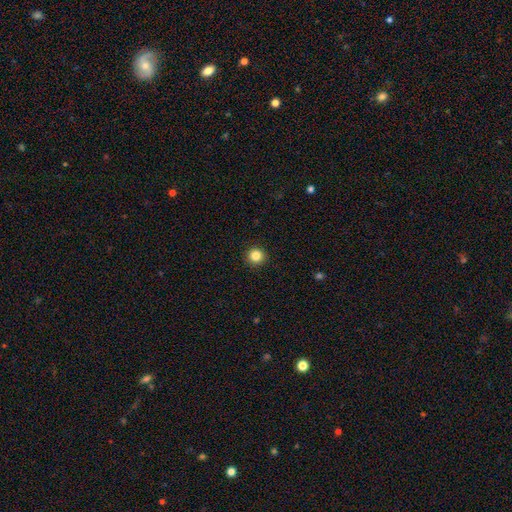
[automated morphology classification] The model was most divided on "smooth or featured": smooth: 85%, star or artifact: 11%, featured or disk: 4%. More confident: how rounded — round (95%); merging — none (93%).